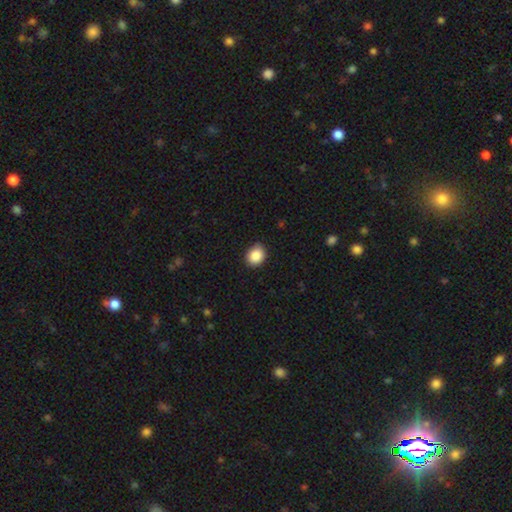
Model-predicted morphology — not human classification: A smooth galaxy with no disk features (88%) that is round (61%).

Vote fractions:
- Smooth or featured? smooth: 88% / star or artifact: 8% / featured or disk: 3%
- How rounded? round: 61% / in between: 39% / cigar-shaped: 1%
- Merging? none: 82% / minor disturbance: 15% / major disturbance: 2% / merger: 1%